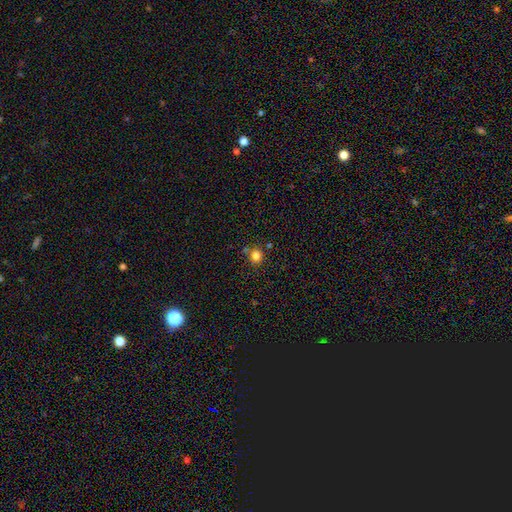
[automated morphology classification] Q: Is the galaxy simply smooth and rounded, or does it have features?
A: smooth — 82%.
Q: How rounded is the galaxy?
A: round — 87%.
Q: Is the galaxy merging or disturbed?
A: none — 76%.